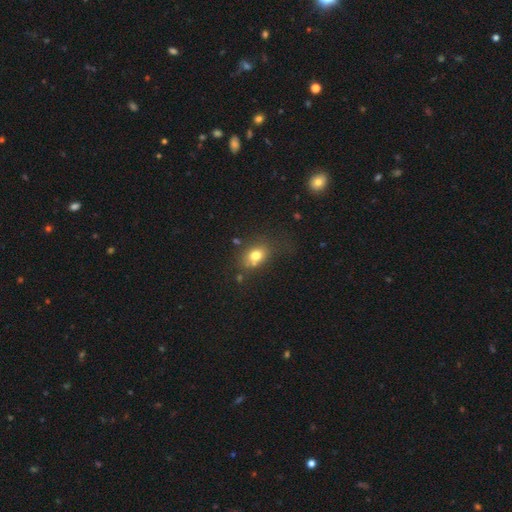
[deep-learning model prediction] A smooth galaxy with no disk features (74%) that is in between round and cigar-shaped (62%). Merging: none (60%).